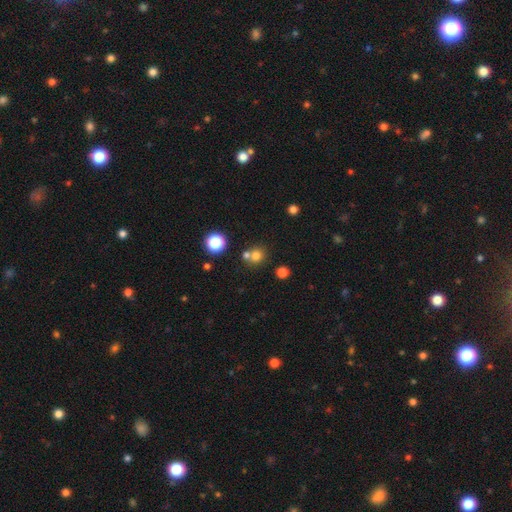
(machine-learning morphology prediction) Smooth or featured: smooth — 73% (star or artifact — 18%)
How rounded: round — 87% (in between — 12%)
Merging: none — 56% (merger — 34%)